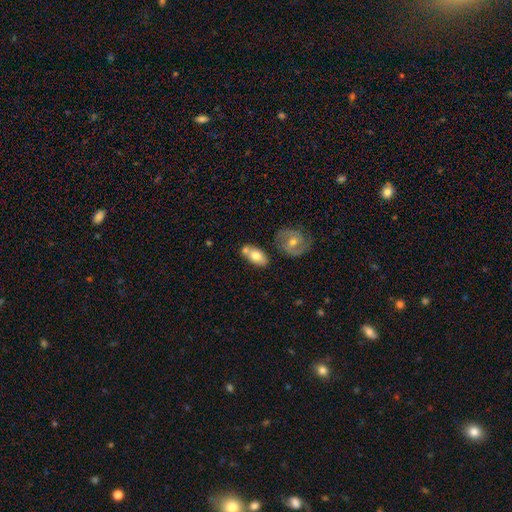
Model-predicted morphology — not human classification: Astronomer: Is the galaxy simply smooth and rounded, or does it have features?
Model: smooth — 70%.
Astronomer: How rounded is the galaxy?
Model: in between — 88%.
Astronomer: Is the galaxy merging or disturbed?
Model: none — 50% (runner-up: merger, 32%).